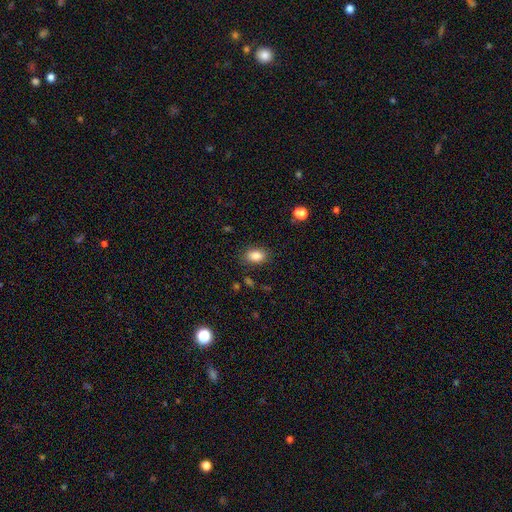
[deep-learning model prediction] Smooth or featured: smooth — 86% (star or artifact — 9%)
How rounded: in between — 84% (round — 14%)
Merging: none — 83% (minor disturbance — 12%)